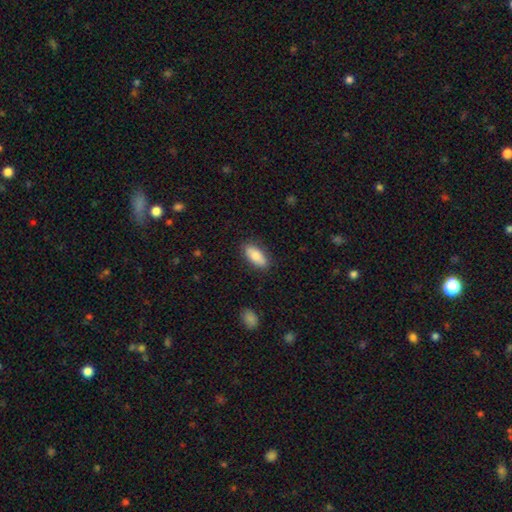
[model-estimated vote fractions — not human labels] Smooth or featured? Predicted: smooth (p=0.81). How rounded? Predicted: in between (p=0.87). Merging? Predicted: none (p=0.85).